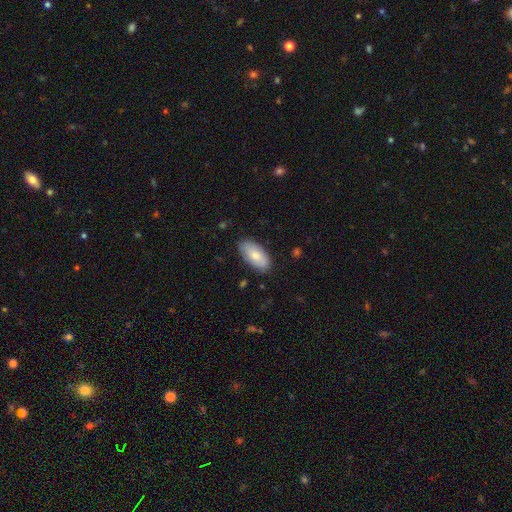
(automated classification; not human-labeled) smooth 77%, featured or disk 18%, star or artifact 6%. Down the decision tree: how rounded — in between (93%); merging — none (81%).